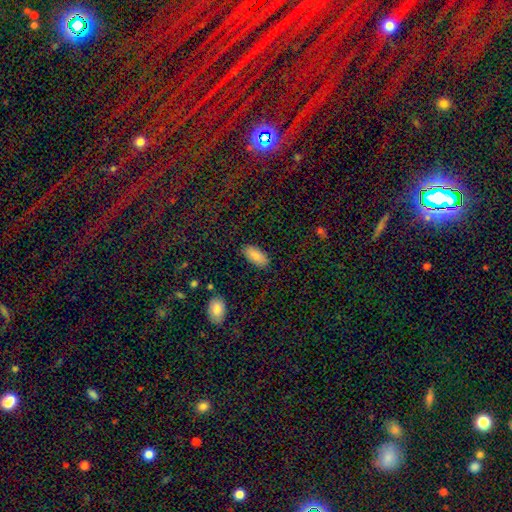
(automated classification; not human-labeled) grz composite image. It shows a smooth galaxy with no disk features (85%) that is in between round and cigar-shaped (90%). Merging: none (85%).